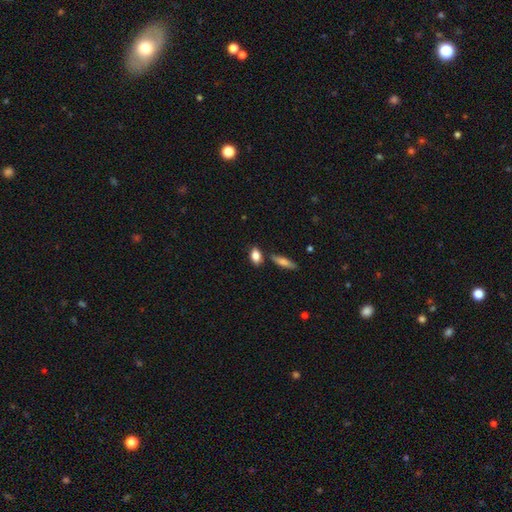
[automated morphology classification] smooth 83%, featured or disk 9%, star or artifact 8%. Down the decision tree: how rounded — in between (81%); merging — none (72%).